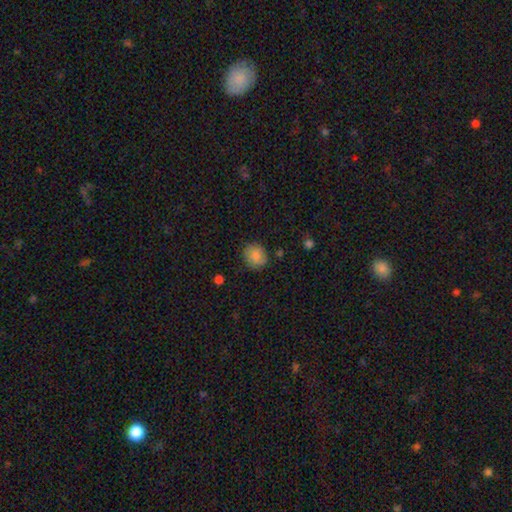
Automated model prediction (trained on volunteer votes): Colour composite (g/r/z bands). It shows a smooth galaxy with no disk features (79%) that is round (77%). Merging: none (82%).